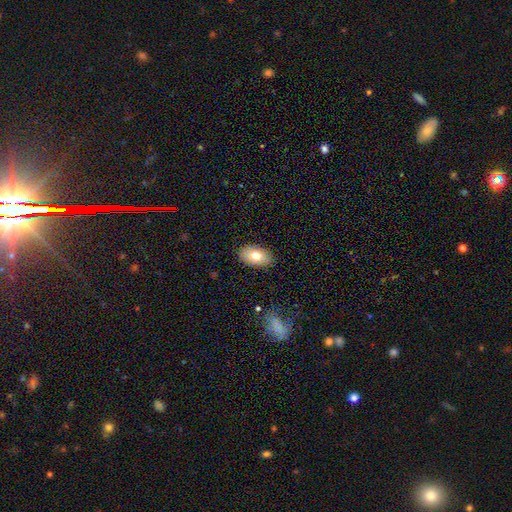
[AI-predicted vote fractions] This appears to be a smooth galaxy with no disk features (73%) that is in between round and cigar-shaped (91%). Merging: none (86%).